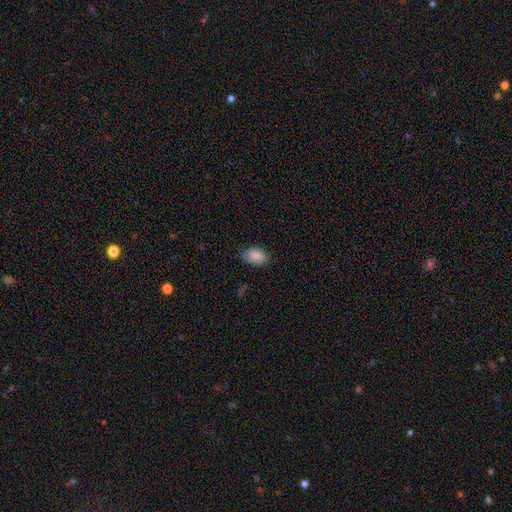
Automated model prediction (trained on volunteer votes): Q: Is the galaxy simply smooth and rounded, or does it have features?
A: smooth — 86%.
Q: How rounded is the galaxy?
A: in between — 88%.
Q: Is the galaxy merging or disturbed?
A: none — 80%.